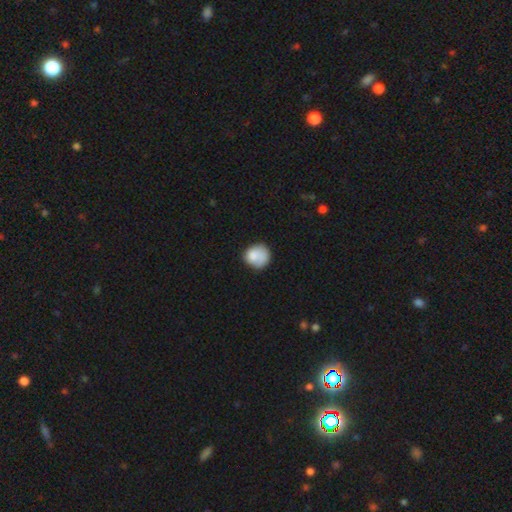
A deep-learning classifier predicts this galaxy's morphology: Smooth or featured? Predicted: smooth (p=0.80). How rounded? Predicted: round (p=0.83). Merging? Predicted: none (p=0.63).